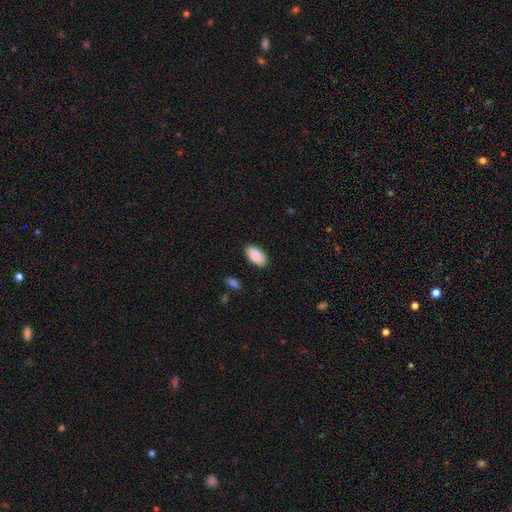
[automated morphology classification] A smooth galaxy with no disk features (90%) that is in between round and cigar-shaped (95%). Merging: none (88%).